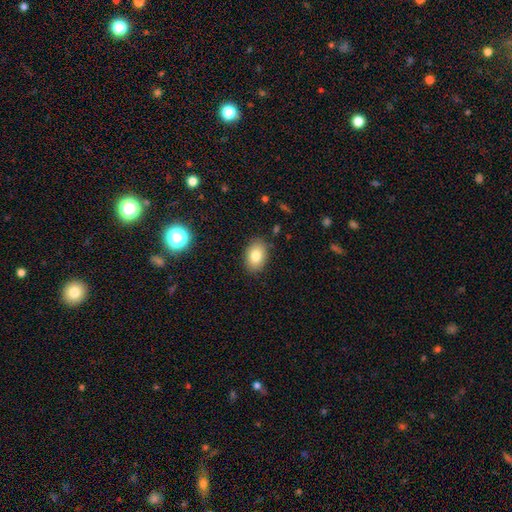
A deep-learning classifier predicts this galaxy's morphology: smooth-or-featured: smooth: 81% | featured or disk: 10% | star or artifact: 9%
  how-rounded: in between: 82% | round: 17% | cigar-shaped: 1%
  merging: none: 87% | minor disturbance: 9% | major disturbance: 2% | merger: 1%